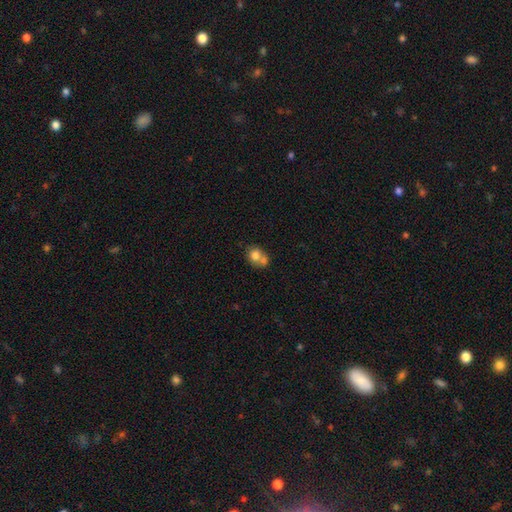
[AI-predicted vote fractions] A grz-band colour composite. It shows a smooth galaxy with no disk features (74%) that is round (58%). Merging: merger (55%).